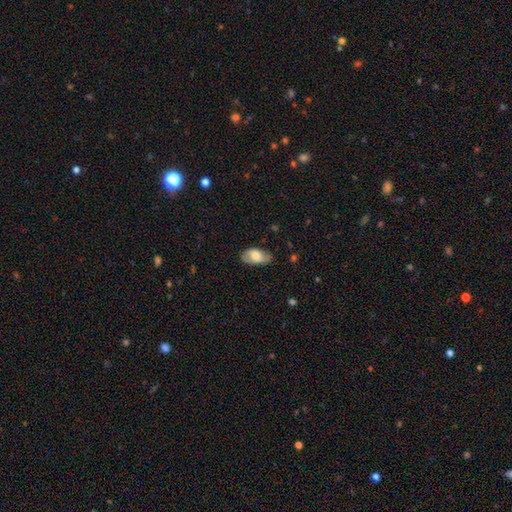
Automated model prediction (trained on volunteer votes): This appears to be a smooth galaxy with no disk features (64%) that is in between round and cigar-shaped (93%). Merging: none (71%).